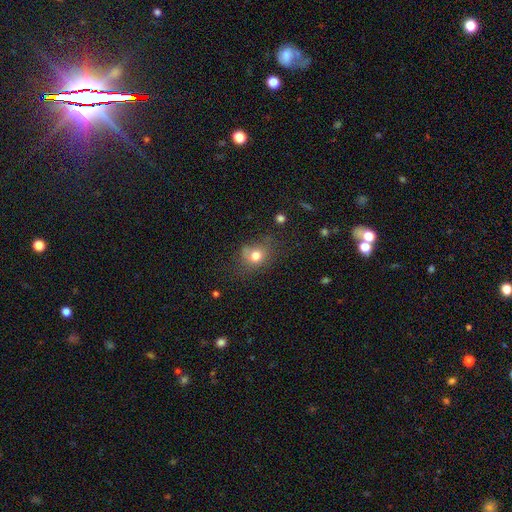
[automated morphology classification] Smooth or featured? Predicted: smooth (p=0.74). How rounded? Predicted: round (p=0.64). Merging? Predicted: none (p=0.51).